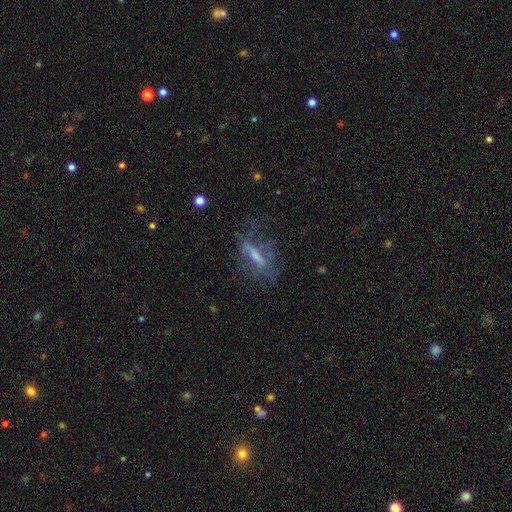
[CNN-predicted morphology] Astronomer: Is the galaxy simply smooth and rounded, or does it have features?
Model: featured or disk — 56%.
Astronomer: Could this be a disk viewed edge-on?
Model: no — 77%.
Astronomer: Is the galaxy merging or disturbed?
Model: none — 44% (runner-up: major disturbance, 31%).